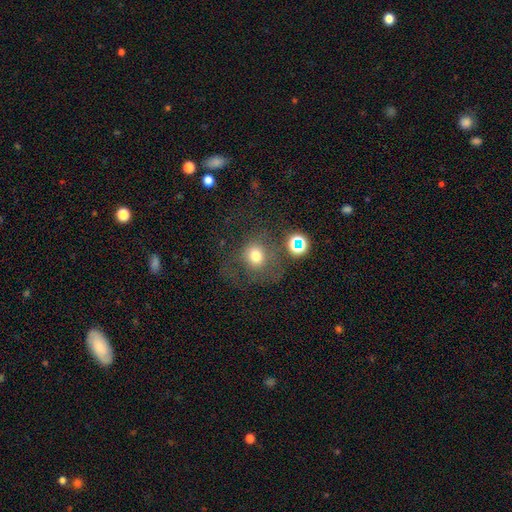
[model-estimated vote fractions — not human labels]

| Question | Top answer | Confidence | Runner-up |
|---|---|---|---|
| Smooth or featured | smooth | 70% | star or artifact (16%) |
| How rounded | round | 79% | in between (20%) |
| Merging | none | 50% | major disturbance (24%) |